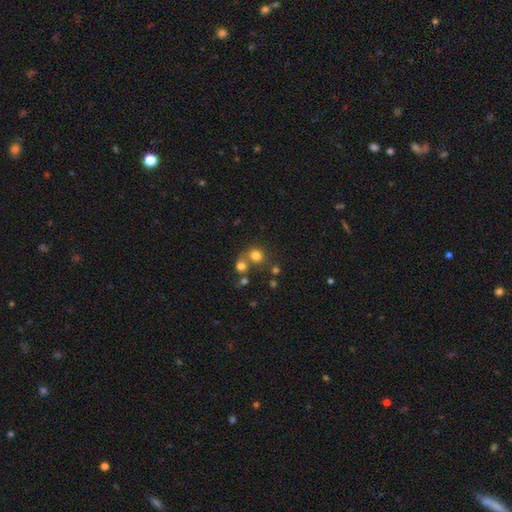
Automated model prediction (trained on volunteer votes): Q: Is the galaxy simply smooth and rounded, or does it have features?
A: smooth — 76%.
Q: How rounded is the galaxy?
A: round — 83%.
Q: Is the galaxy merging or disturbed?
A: none — 50%.